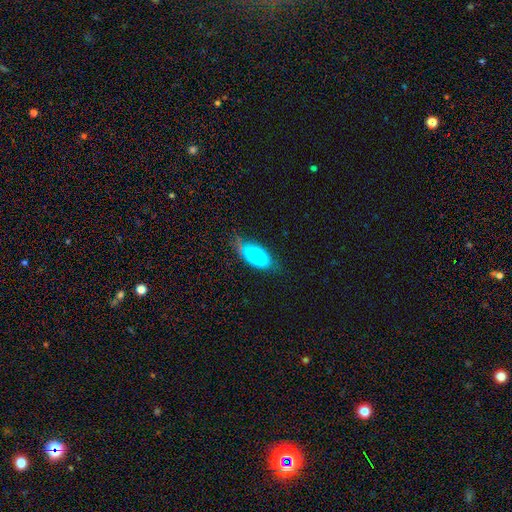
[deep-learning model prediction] Smooth or featured? smooth (81%)
How rounded? in between (90%)
Merging? none (57%)